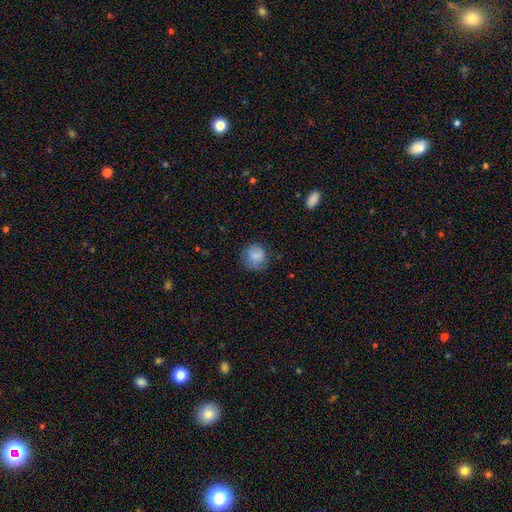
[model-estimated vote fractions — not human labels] smooth_or_featured: smooth (p=0.81) [alt: featured or disk p=0.10]
how_rounded: round (p=0.85) [alt: in between p=0.14]
merging: none (p=0.72) [alt: minor disturbance p=0.20]